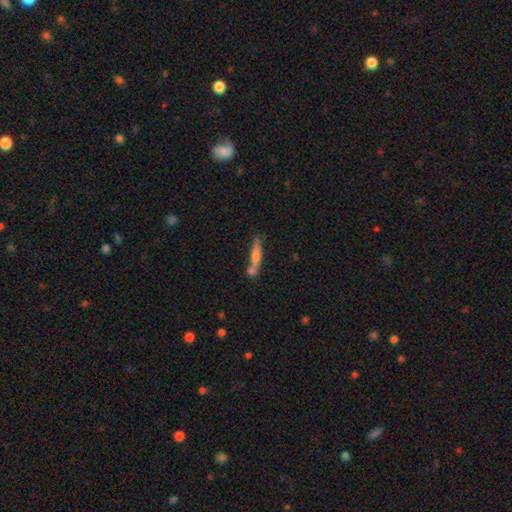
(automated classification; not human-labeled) Morphology: type=smooth (58%); roundness=cigar-shaped (90%); merging=none (59%).